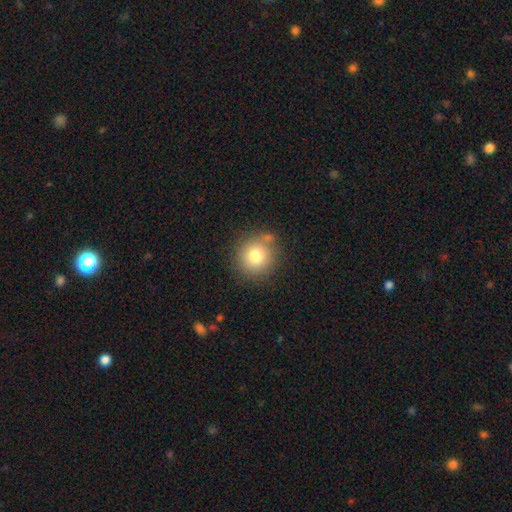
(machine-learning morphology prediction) smooth-or-featured: smooth: 79% | star or artifact: 11% | featured or disk: 10%
  how-rounded: round: 91% | in between: 8% | cigar-shaped: 1%
  merging: none: 78% | minor disturbance: 12% | merger: 6% | major disturbance: 4%